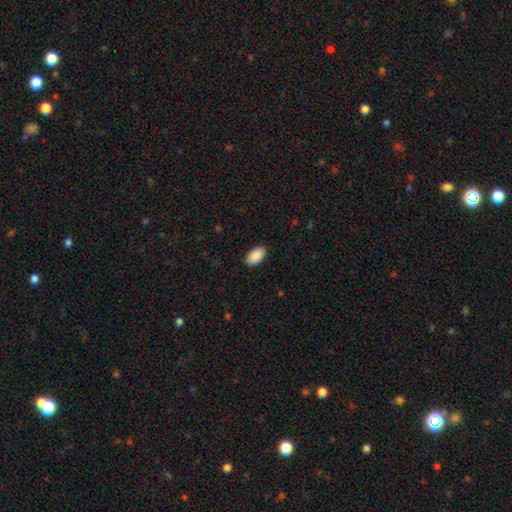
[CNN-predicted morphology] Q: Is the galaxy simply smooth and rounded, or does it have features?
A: smooth — 91%.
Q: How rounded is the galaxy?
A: in between — 95%.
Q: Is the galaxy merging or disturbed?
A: none — 89%.